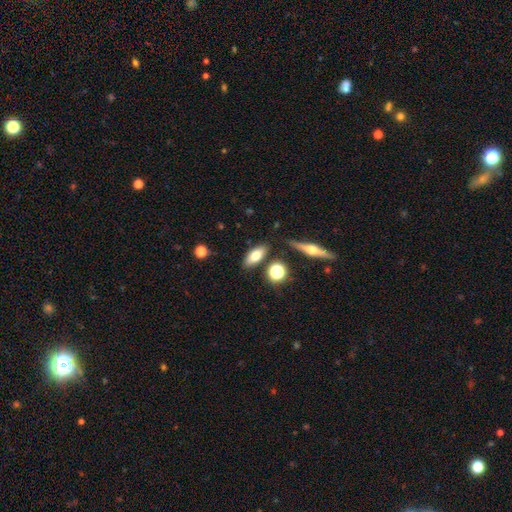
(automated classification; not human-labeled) A smooth galaxy with no disk features (70%) that is in between round and cigar-shaped (78%).

Vote fractions:
- Smooth or featured? smooth: 70% / featured or disk: 22% / star or artifact: 9%
- How rounded? in between: 78% / cigar-shaped: 17% / round: 5%
- Merging? none: 80% / minor disturbance: 11% / merger: 6% / major disturbance: 3%